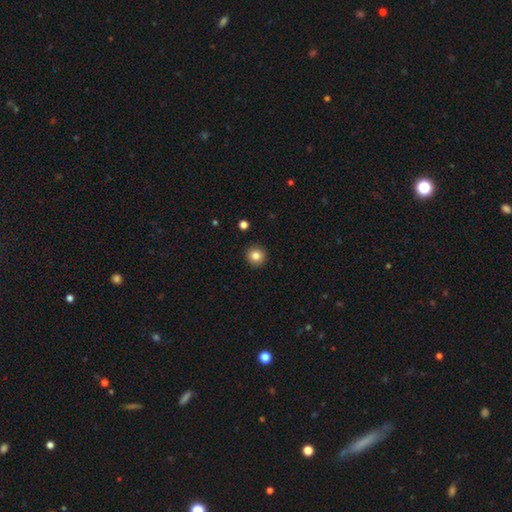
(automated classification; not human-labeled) The model was most divided on "smooth or featured": smooth: 83%, star or artifact: 11%, featured or disk: 7%. More confident: how rounded — round (94%); merging — none (92%).